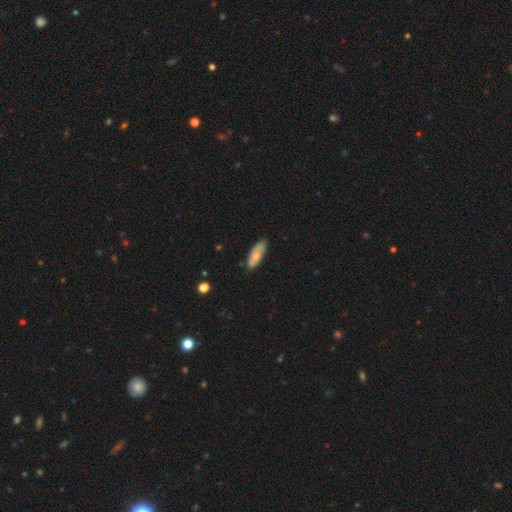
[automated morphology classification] This appears to be a smooth galaxy with no disk features (67%) that is in between round and cigar-shaped (64%). Merging: none (74%).